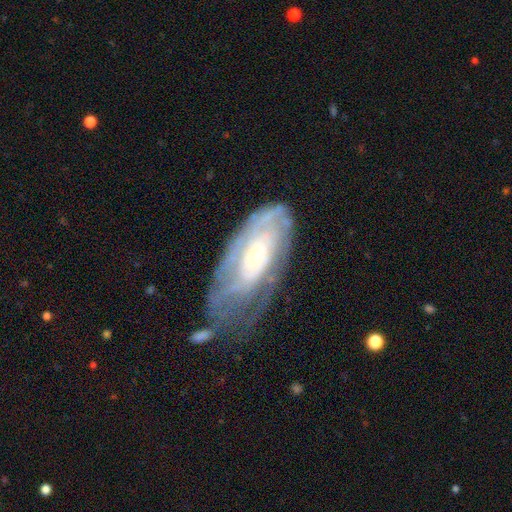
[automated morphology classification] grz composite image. It shows a featured or disk galaxy (78%) with no bar (73%), tight (73%) spiral arms (84%) and a small central bulge (65%). Merging: none (51%).